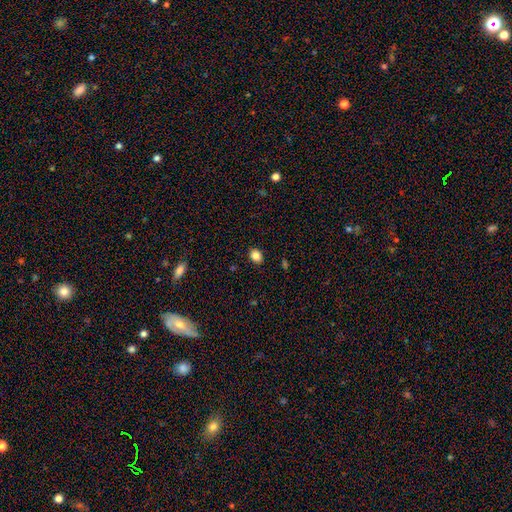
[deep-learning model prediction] smooth_or_featured: smooth (p=0.85) [alt: star or artifact p=0.10]
how_rounded: in between (p=0.53) [alt: round p=0.46]
merging: none (p=0.89) [alt: minor disturbance p=0.08]